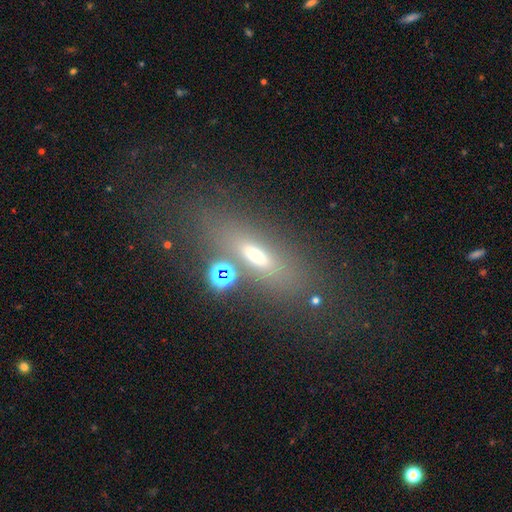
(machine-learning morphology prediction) A smooth galaxy with no disk features (50%).

Vote fractions:
- Smooth or featured? smooth: 50% / featured or disk: 29% / star or artifact: 22%
- Merging? none: 65% / minor disturbance: 14% / merger: 11% / major disturbance: 10%